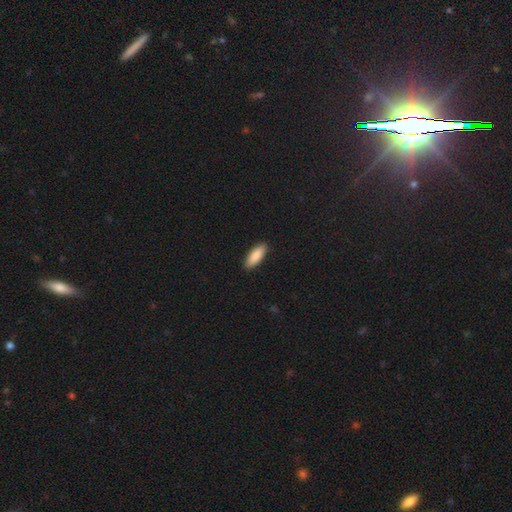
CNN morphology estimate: This appears to be a smooth galaxy with no disk features (88%) that is in between round and cigar-shaped (68%). Merging: none (90%).